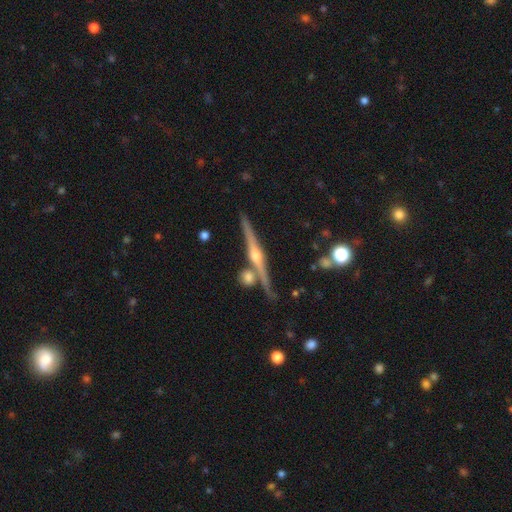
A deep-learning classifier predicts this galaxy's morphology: featured or disk 86%, smooth 8%, star or artifact 6%. Down the decision tree: edge-on disk — yes (98%); edge-on bulge — rounded (92%); merging — none (81%).